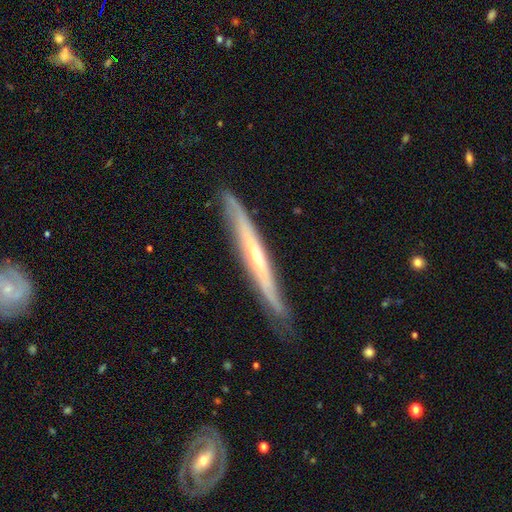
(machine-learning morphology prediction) Smooth or featured? Predicted: featured or disk (p=0.73). Edge-on disk? Predicted: yes (p=0.88). Edge-on bulge? Predicted: rounded (p=0.55). Merging? Predicted: none (p=0.78).